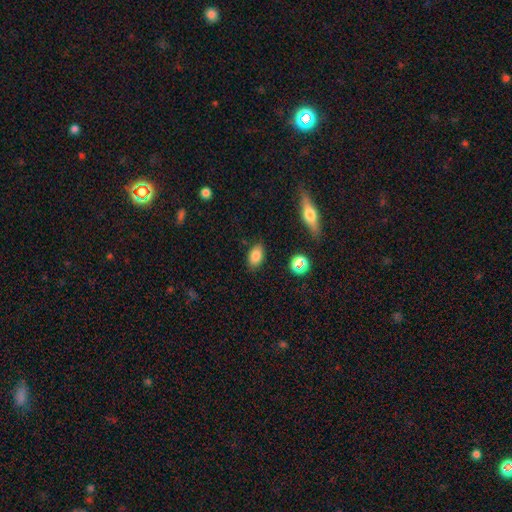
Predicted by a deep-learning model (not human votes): smooth_or_featured: smooth (p=0.84) [alt: star or artifact p=0.09]
how_rounded: in between (p=0.87) [alt: round p=0.11]
merging: none (p=0.85) [alt: minor disturbance p=0.11]